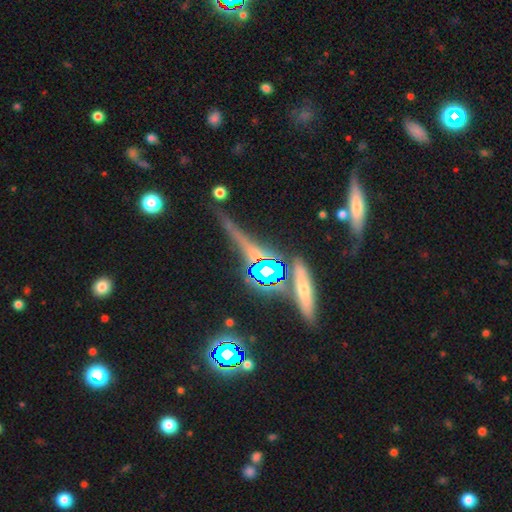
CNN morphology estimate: A star or artifact, not a galaxy (53%).

Vote fractions:
- Smooth or featured? star or artifact: 53% / smooth: 25% / featured or disk: 22%